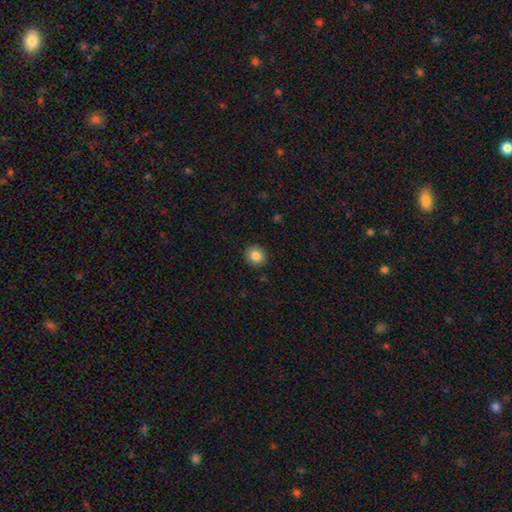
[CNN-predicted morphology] The model was most divided on "how rounded": round: 85%, in between: 14%, cigar-shaped: 1%. More confident: merging — none (91%); smooth or featured — smooth (85%).